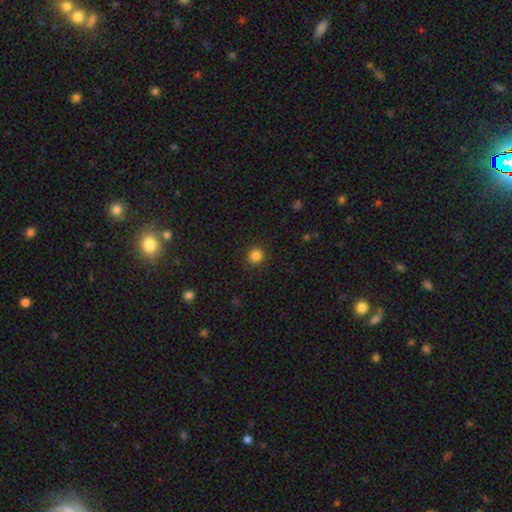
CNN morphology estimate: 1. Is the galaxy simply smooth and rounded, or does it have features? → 85% smooth, 12% star or artifact, 3% featured or disk.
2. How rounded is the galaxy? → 91% round, 8% in between, 1% cigar-shaped.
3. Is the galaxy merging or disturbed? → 91% none, 6% minor disturbance, 2% major disturbance, 1% merger.